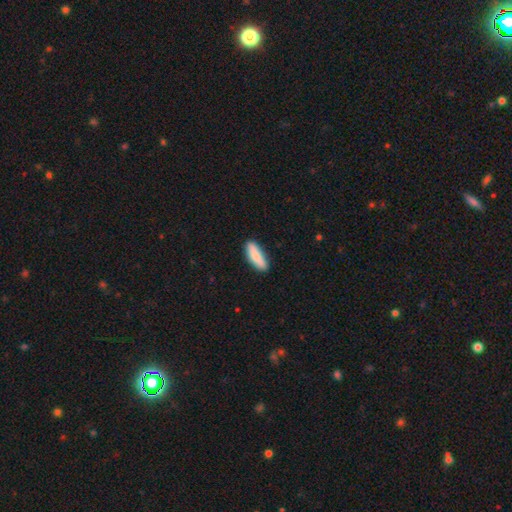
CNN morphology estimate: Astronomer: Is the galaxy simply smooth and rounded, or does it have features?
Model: smooth — 83%.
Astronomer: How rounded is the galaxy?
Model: cigar-shaped — 49%, tied with in between at 49%.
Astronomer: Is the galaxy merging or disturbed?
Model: none — 86%.